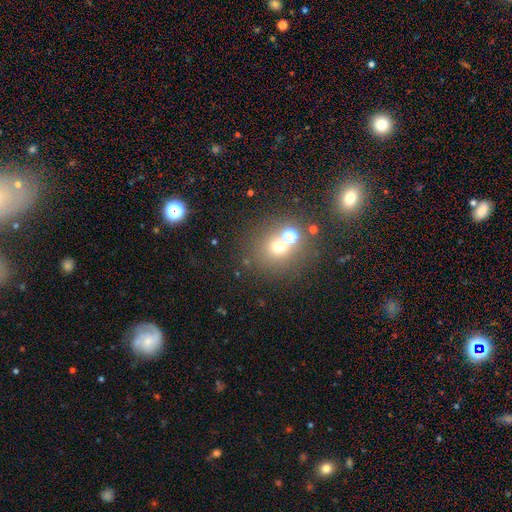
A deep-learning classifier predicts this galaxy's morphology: smooth-or-featured: smooth: 56% | star or artifact: 27% | featured or disk: 18%
  how-rounded: round: 81% | in between: 18% | cigar-shaped: 1%
  merging: none: 56% | merger: 31% | minor disturbance: 9% | major disturbance: 4%